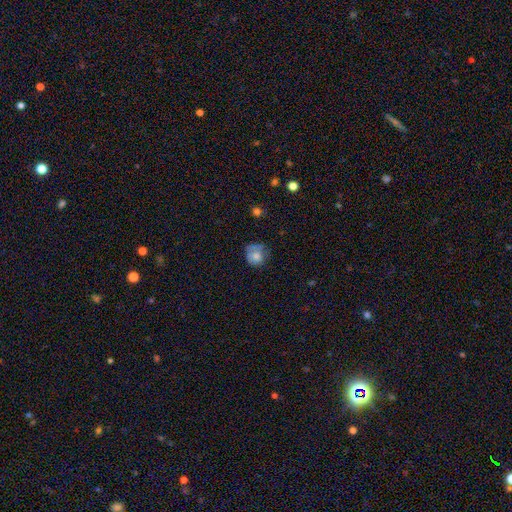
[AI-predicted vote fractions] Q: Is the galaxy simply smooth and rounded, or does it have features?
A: smooth — 71%.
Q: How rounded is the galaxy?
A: round — 79%.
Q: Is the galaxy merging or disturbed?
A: none — 45%.